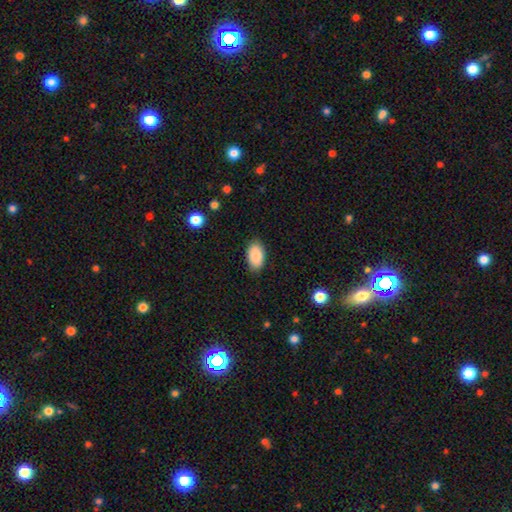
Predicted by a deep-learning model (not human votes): Morphology: type=smooth (88%); roundness=in between (94%); merging=none (86%).